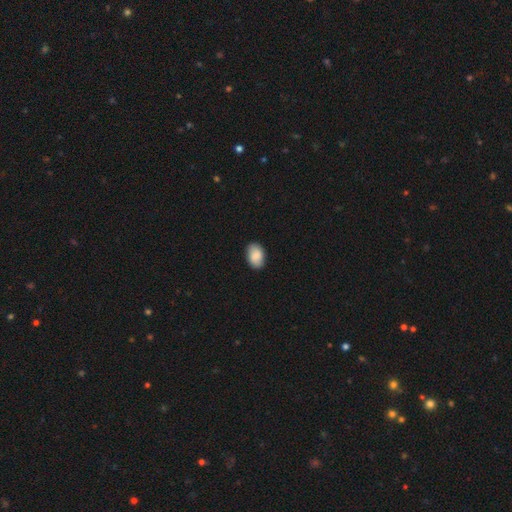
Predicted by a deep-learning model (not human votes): Smooth or featured? smooth (86%)
How rounded? in between (90%)
Merging? none (87%)